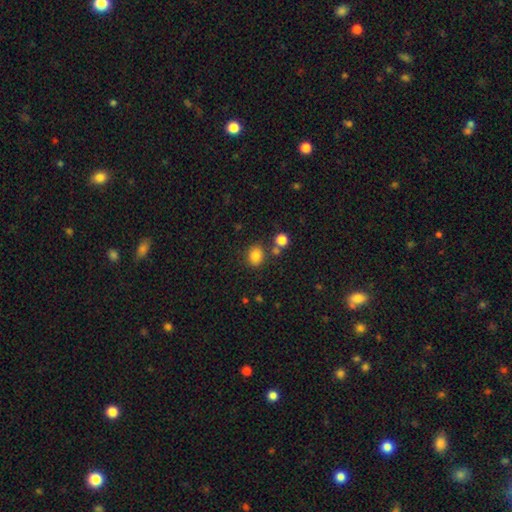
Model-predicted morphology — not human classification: A smooth galaxy with no disk features (83%) that is round (68%). Merging: none (78%).